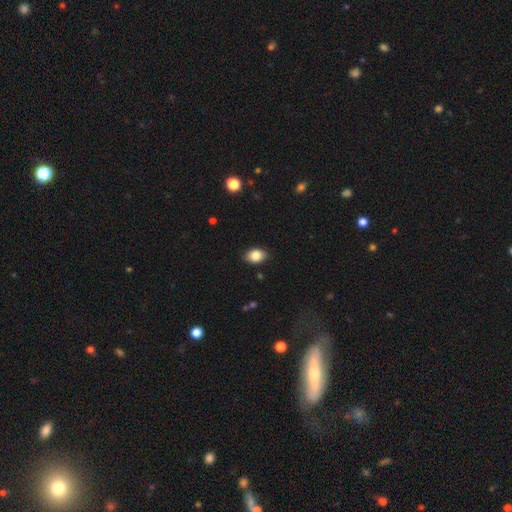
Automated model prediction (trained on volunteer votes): The model was most divided on "how rounded": in between: 76%, round: 23%, cigar-shaped: 1%. More confident: merging — none (86%); smooth or featured — smooth (86%).